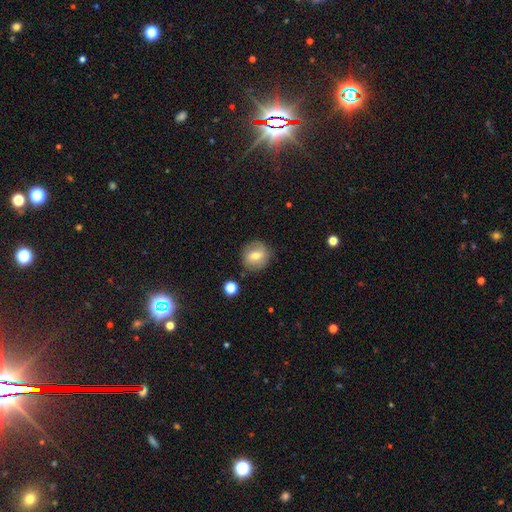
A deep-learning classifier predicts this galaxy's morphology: The model was most divided on "smooth or featured": smooth: 66%, featured or disk: 25%, star or artifact: 9%. More confident: merging — none (84%); how rounded — round (83%).